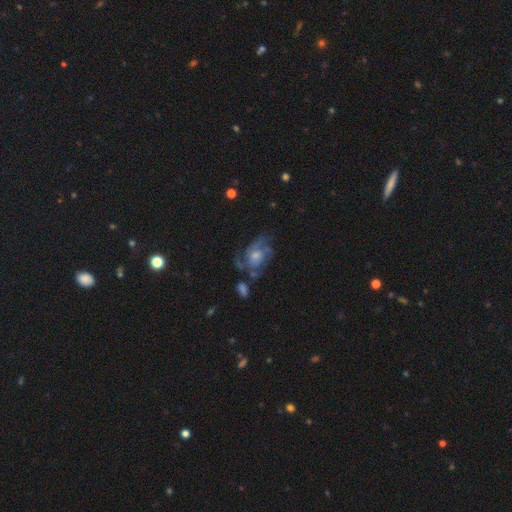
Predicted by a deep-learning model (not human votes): This appears to be a featured or disk galaxy (73%) with no bar (71%), medium (46%) spiral arms (86%) and a moderate central bulge (53%). Merging: none (52%).